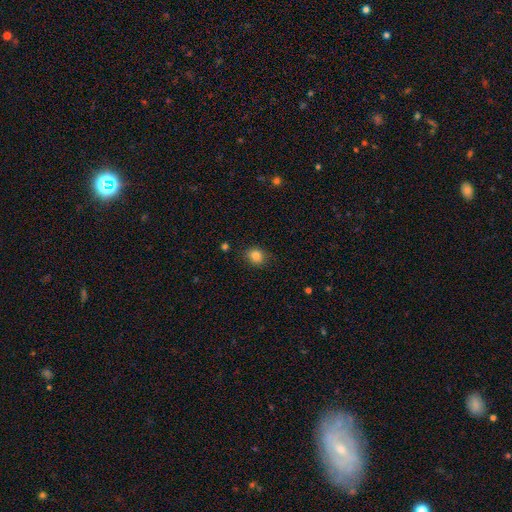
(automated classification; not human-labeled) Smooth or featured: smooth — 84% (star or artifact — 11%)
How rounded: round — 67% (in between — 32%)
Merging: none — 82% (minor disturbance — 13%)